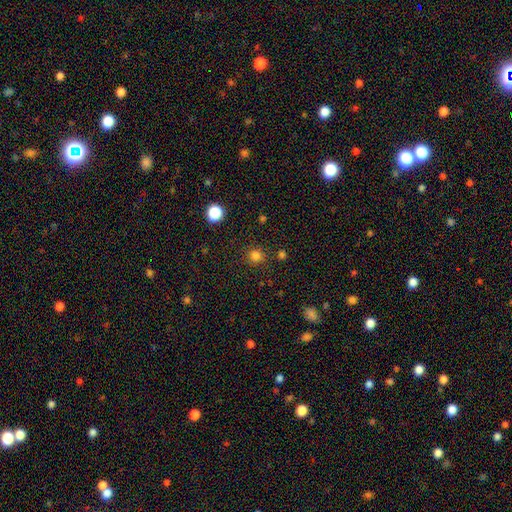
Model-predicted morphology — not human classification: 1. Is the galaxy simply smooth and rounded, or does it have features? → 80% smooth, 16% star or artifact, 4% featured or disk.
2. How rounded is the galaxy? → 91% round, 8% in between, 1% cigar-shaped.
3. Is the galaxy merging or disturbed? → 86% none, 8% minor disturbance, 3% major disturbance, 3% merger.